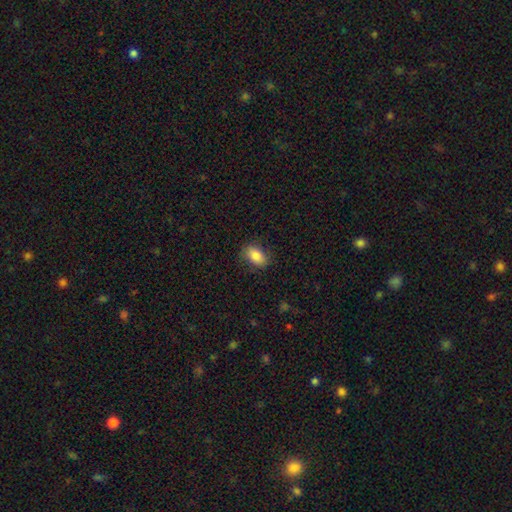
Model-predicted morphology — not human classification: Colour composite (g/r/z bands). It shows a smooth galaxy with no disk features (82%) that is in between round and cigar-shaped (86%). Merging: none (79%).